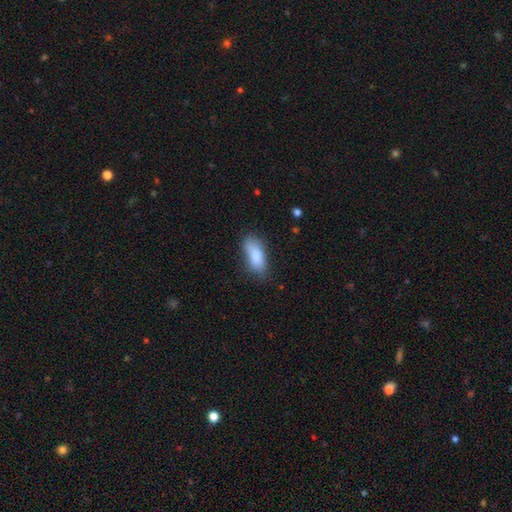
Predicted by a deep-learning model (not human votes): The model was most divided on "merging": none: 62%, minor disturbance: 27%, major disturbance: 8%, merger: 3%. More confident: smooth or featured — smooth (85%); how rounded — in between (81%).